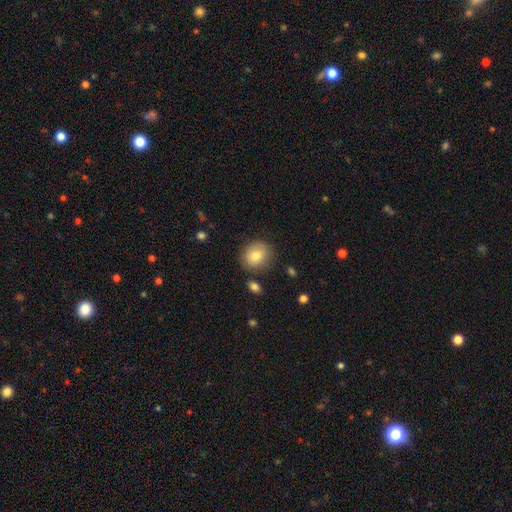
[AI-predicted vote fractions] Smooth or featured?
  - smooth: 81% *
  - featured or disk: 11%
  - star or artifact: 8%
How rounded?
  - round: 67% *
  - in between: 32%
  - cigar-shaped: 1%
Merging?
  - none: 80% *
  - minor disturbance: 13%
  - major disturbance: 4%
  - merger: 3%